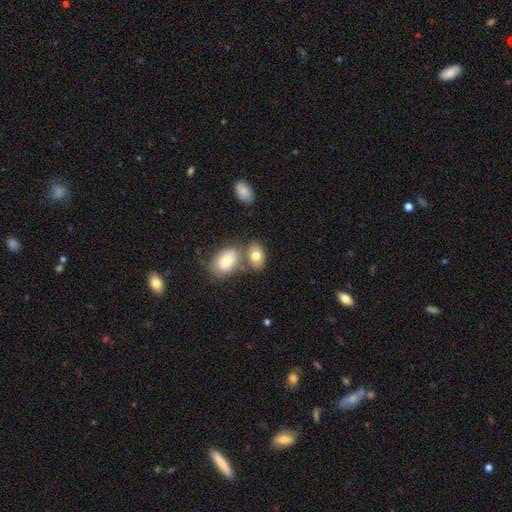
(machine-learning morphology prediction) Q: Smooth or featured?
A: smooth (77%); runner-up: featured or disk (15%)
Q: How rounded?
A: in between (86%); runner-up: round (12%)
Q: Merging?
A: none (51%); runner-up: merger (32%)